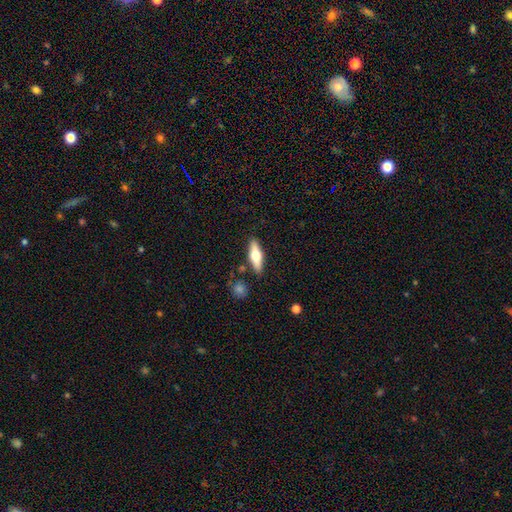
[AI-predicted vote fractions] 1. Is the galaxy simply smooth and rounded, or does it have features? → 48% smooth, 46% featured or disk, 6% star or artifact.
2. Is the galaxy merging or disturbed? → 84% none, 10% minor disturbance, 4% merger, 2% major disturbance.